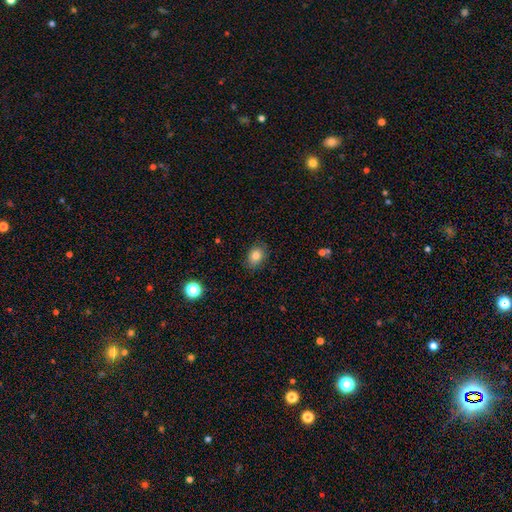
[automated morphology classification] A smooth galaxy with no disk features (83%) that is in between round and cigar-shaped (65%).

Vote fractions:
- Smooth or featured? smooth: 83% / star or artifact: 10% / featured or disk: 7%
- How rounded? in between: 65% / round: 34% / cigar-shaped: 1%
- Merging? none: 81% / minor disturbance: 14% / major disturbance: 3% / merger: 1%